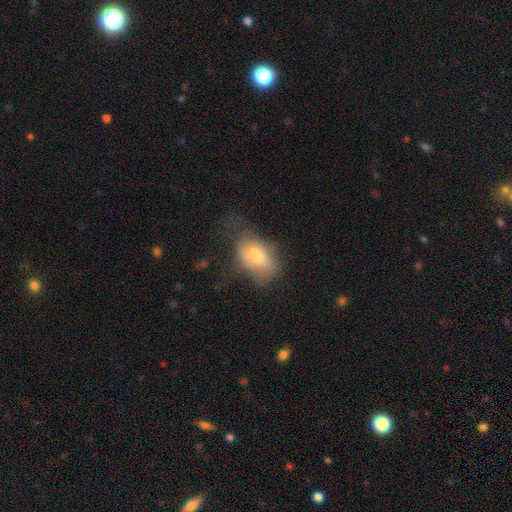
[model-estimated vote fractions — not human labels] This appears to be a smooth galaxy with no disk features (69%) that is in between round and cigar-shaped (86%). Merging: none (39%).